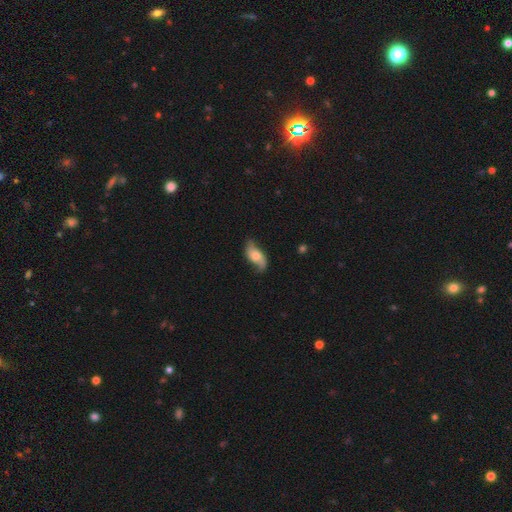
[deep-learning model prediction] Overall: featured or disk (54%; smooth 39%). Edge-on disk: no (87%). Merging: none (66%).